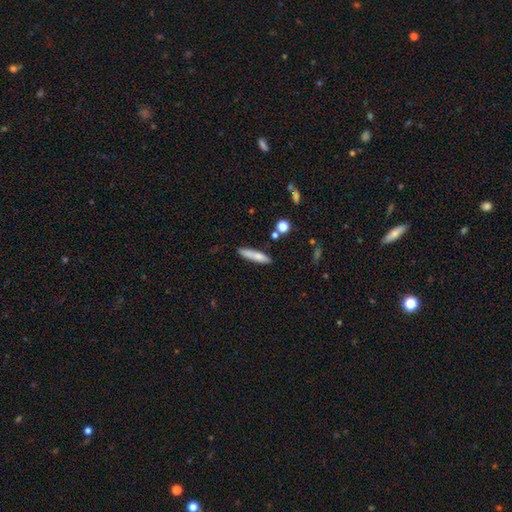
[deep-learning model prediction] Smooth or featured? smooth (75%)
How rounded? cigar-shaped (83%)
Merging? none (80%)